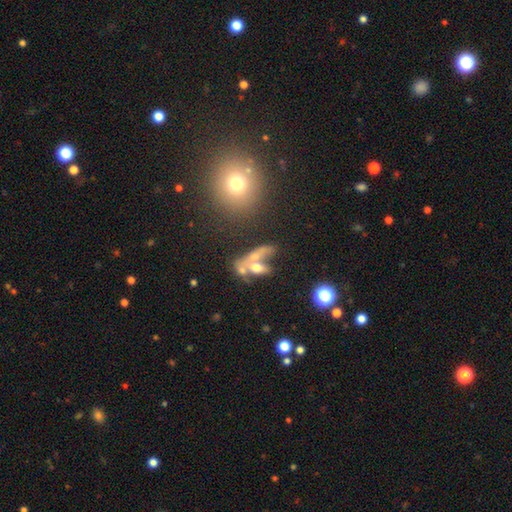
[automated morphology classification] type=smooth (50%); roundness=in between (61%); merging=merger (53%).